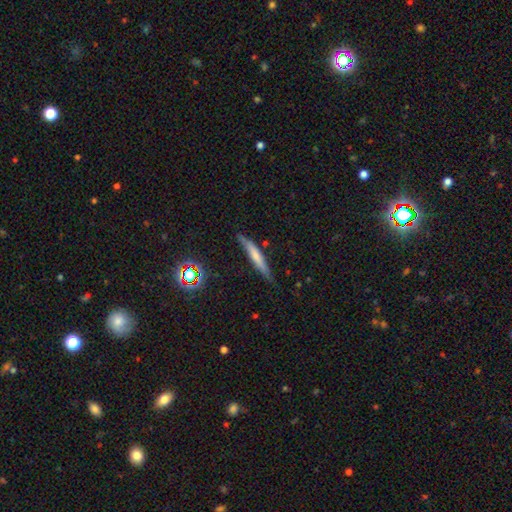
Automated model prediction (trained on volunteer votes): Q: Smooth or featured?
A: smooth (57%); runner-up: featured or disk (33%)
Q: How rounded?
A: cigar-shaped (92%); runner-up: in between (6%)
Q: Merging?
A: none (80%); runner-up: minor disturbance (15%)